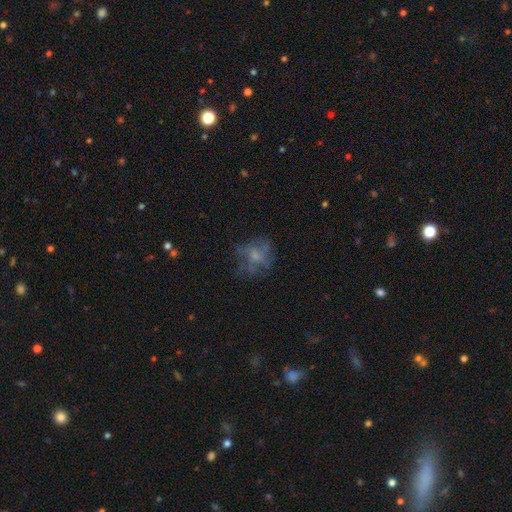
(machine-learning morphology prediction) A featured or disk galaxy (47%).

Vote fractions:
- Smooth or featured? featured or disk: 47% / smooth: 37% / star or artifact: 16%
- Merging? none: 54% / major disturbance: 24% / minor disturbance: 19% / merger: 3%